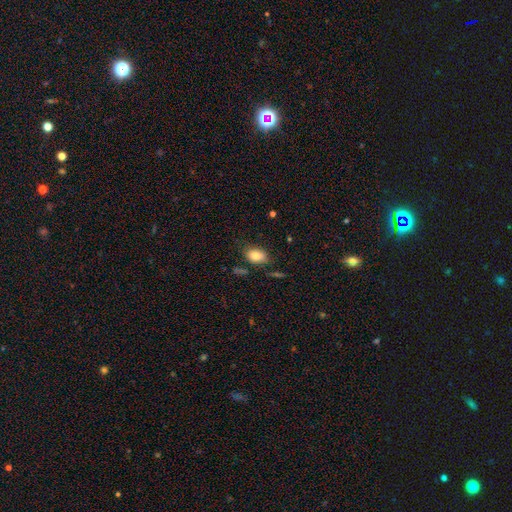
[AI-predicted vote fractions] A smooth galaxy with no disk features (83%) that is in between round and cigar-shaped (84%).

Vote fractions:
- Smooth or featured? smooth: 83% / star or artifact: 9% / featured or disk: 8%
- How rounded? in between: 84% / round: 15% / cigar-shaped: 2%
- Merging? none: 74% / minor disturbance: 17% / major disturbance: 5% / merger: 4%